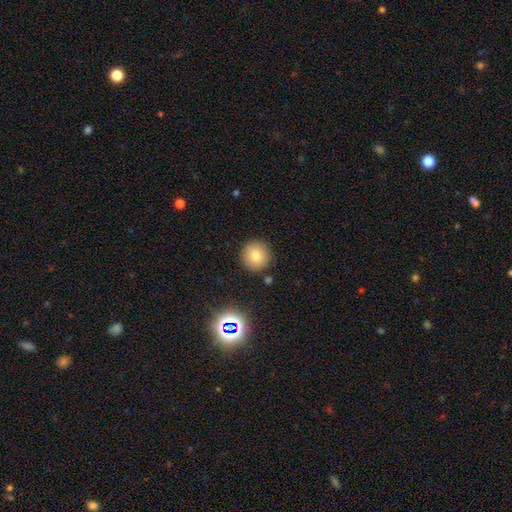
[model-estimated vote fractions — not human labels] Smooth or featured: smooth — 79% (star or artifact — 12%)
How rounded: round — 95% (in between — 4%)
Merging: none — 88% (minor disturbance — 8%)